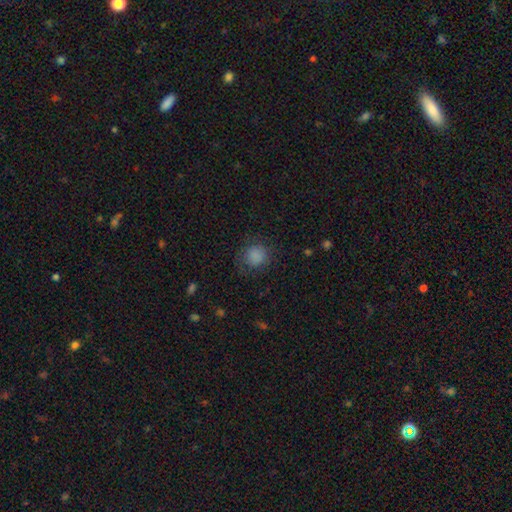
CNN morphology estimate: A smooth galaxy with no disk features (84%) that is round (84%).

Vote fractions:
- Smooth or featured? smooth: 84% / star or artifact: 11% / featured or disk: 5%
- How rounded? round: 84% / in between: 15% / cigar-shaped: 1%
- Merging? none: 79% / minor disturbance: 14% / major disturbance: 7% / merger: 1%